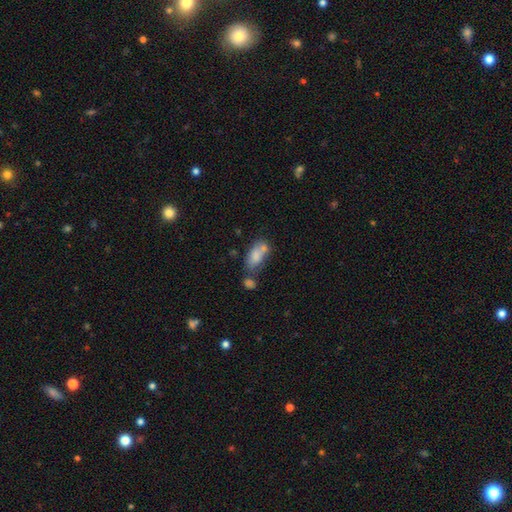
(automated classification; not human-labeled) A smooth galaxy with no disk features (71%) that is in between round and cigar-shaped (84%).

Vote fractions:
- Smooth or featured? smooth: 71% / featured or disk: 18% / star or artifact: 11%
- How rounded? in between: 84% / cigar-shaped: 9% / round: 6%
- Merging? none: 38% / merger: 37% / minor disturbance: 16% / major disturbance: 8%